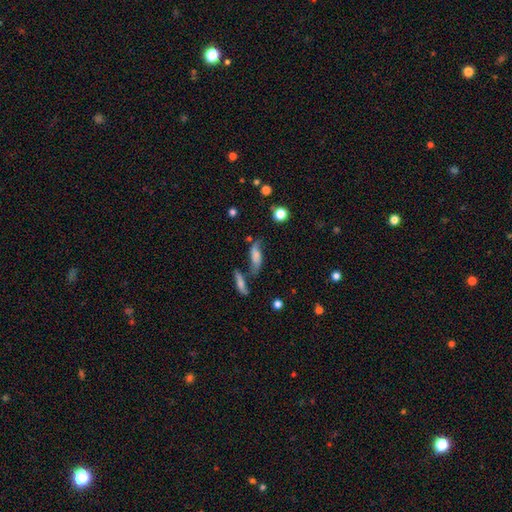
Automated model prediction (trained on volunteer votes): Q: Smooth or featured?
A: featured or disk (53%); runner-up: smooth (36%)
Q: Edge-on disk?
A: no (77%); runner-up: yes (23%)
Q: Merging?
A: none (43%); runner-up: merger (25%)